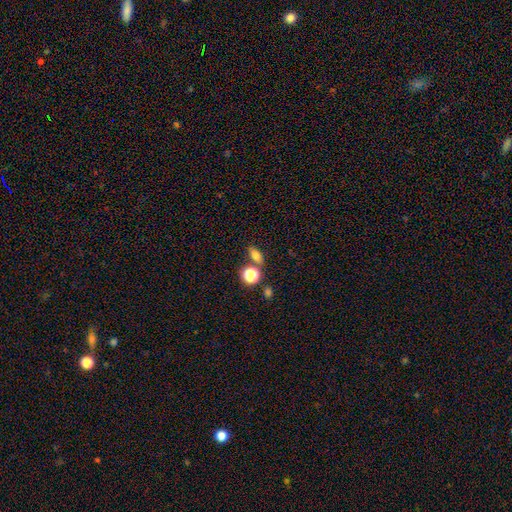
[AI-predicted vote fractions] Smooth or featured? smooth (71%)
How rounded? in between (64%)
Merging? none (70%)